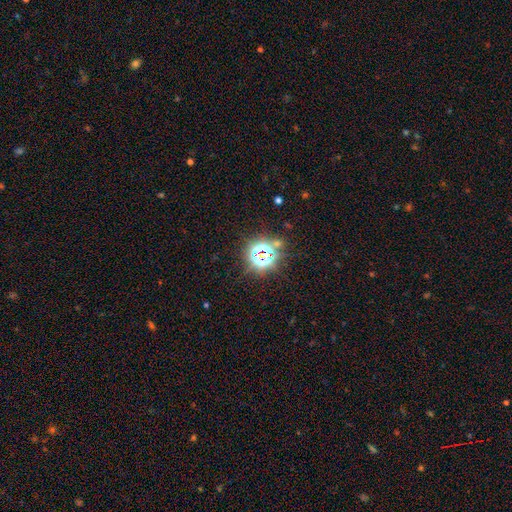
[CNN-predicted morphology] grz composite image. It shows a star or artifact, not a galaxy (76%).